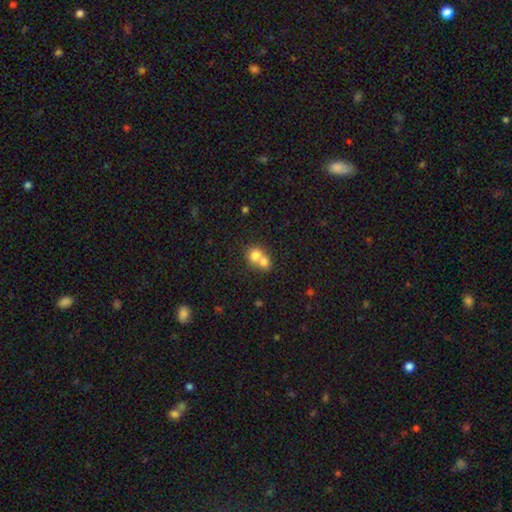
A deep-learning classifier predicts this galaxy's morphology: smooth_or_featured: smooth (p=0.74) [alt: featured or disk p=0.16]
how_rounded: round (p=0.73) [alt: in between p=0.26]
merging: merger (p=0.67) [alt: none p=0.25]